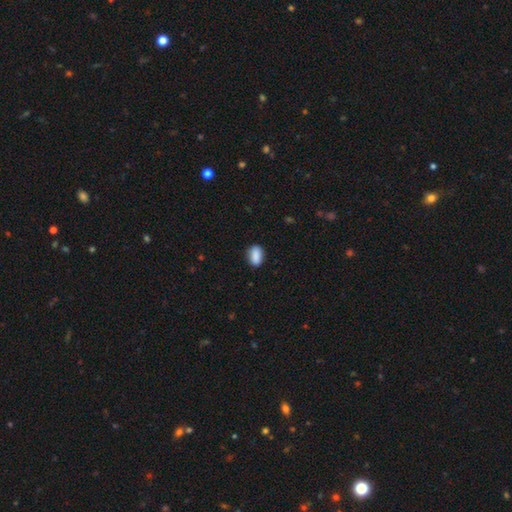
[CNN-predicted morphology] smooth-or-featured: smooth: 89% | star or artifact: 7% | featured or disk: 4%
  how-rounded: in between: 88% | round: 8% | cigar-shaped: 3%
  merging: none: 85% | minor disturbance: 11% | major disturbance: 2% | merger: 1%